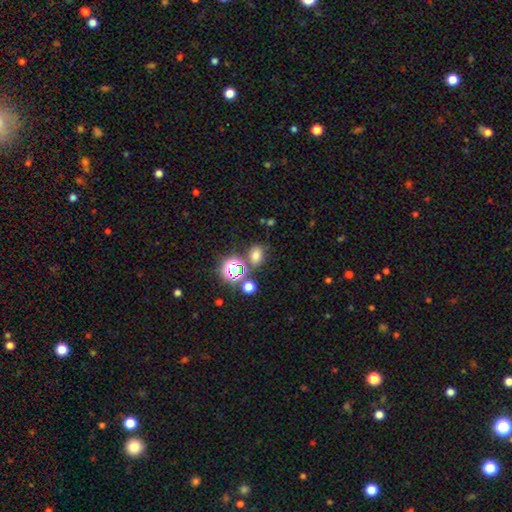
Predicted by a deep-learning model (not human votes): The model was most divided on "how rounded": in between: 59%, round: 39%, cigar-shaped: 1%. More confident: merging — none (71%); smooth or featured — smooth (67%).